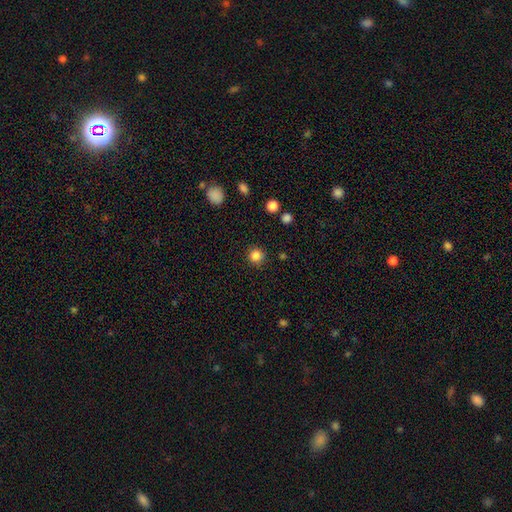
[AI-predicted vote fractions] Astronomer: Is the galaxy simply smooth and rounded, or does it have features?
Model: smooth — 84%.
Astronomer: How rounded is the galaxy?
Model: round — 94%.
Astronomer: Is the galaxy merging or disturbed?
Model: none — 90%.